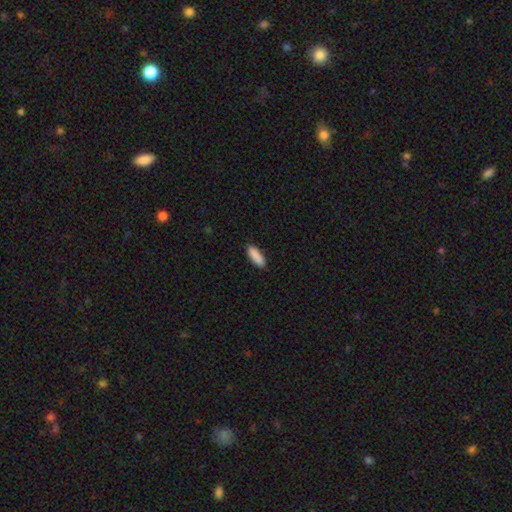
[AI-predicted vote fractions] A smooth galaxy with no disk features (90%) that is in between round and cigar-shaped (55%). Merging: none (88%).